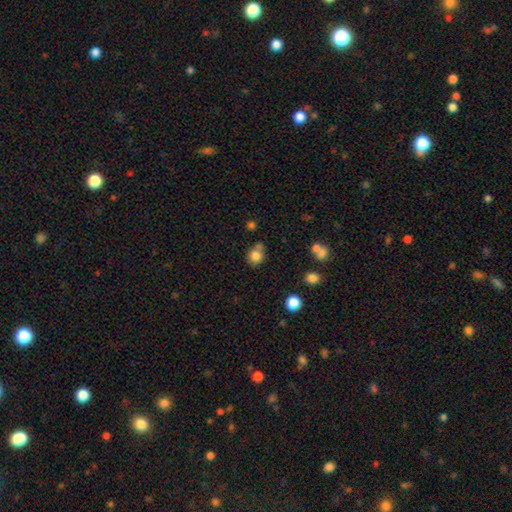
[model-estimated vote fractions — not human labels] Morphology: type=smooth (81%); roundness=round (78%); merging=none (62%).